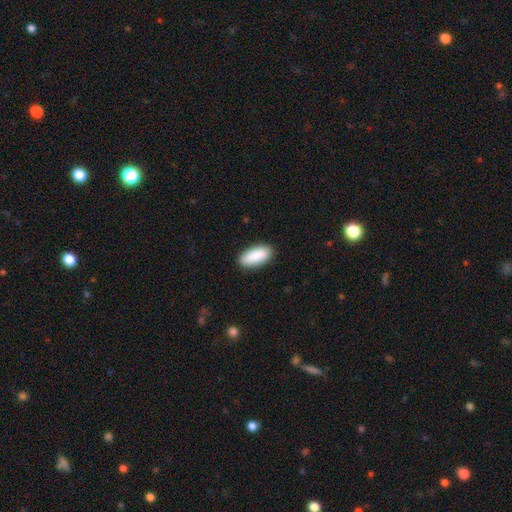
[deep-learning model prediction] The model was most divided on "how rounded": in between: 85%, cigar-shaped: 13%, round: 2%. More confident: smooth or featured — smooth (89%); merging — none (88%).